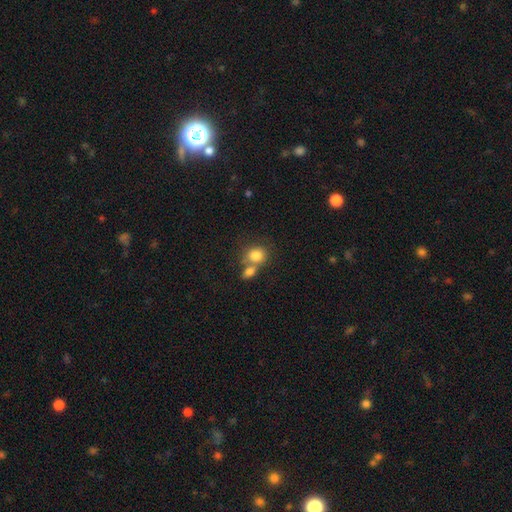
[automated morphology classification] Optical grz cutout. It shows a smooth galaxy with no disk features (82%) that is round (64%). Merging: merger (46%).